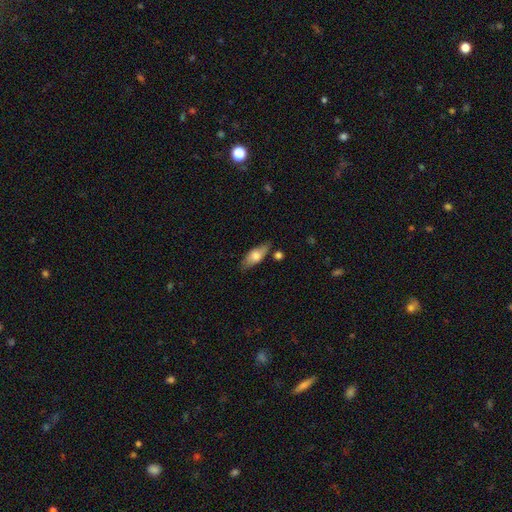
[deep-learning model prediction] smooth 63%, featured or disk 31%, star or artifact 6%. Down the decision tree: how rounded — in between (73%); merging — none (74%).